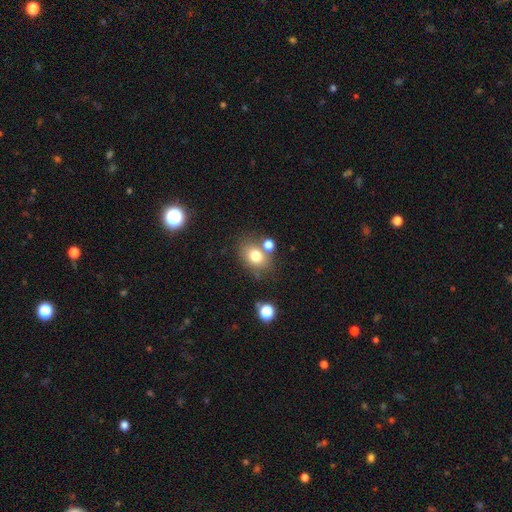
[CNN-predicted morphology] smooth 75%, star or artifact 12%, featured or disk 12%. Down the decision tree: how rounded — in between (54%); merging — none (63%).